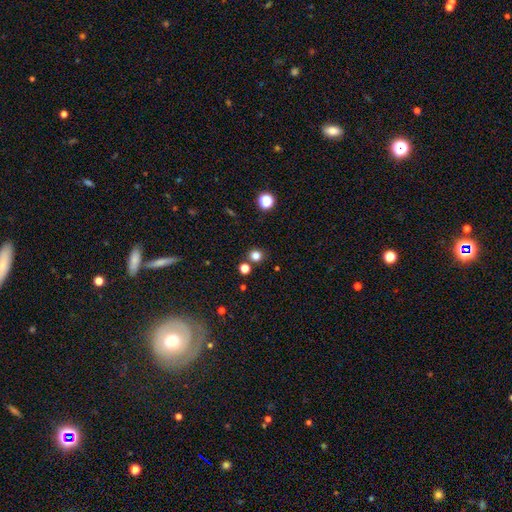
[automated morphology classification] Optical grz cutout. It shows a smooth galaxy with no disk features (78%) that is round (90%). Merging: none (84%).